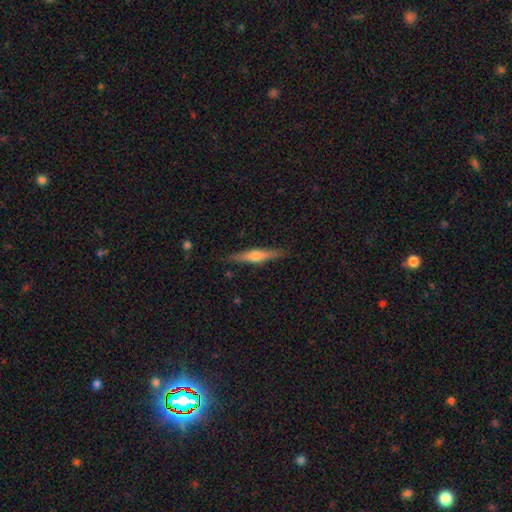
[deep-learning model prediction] smooth-or-featured: featured or disk: 62% | smooth: 32% | star or artifact: 6%
  disk-edge-on: yes: 96% | no: 4%
    edge-on-bulge: rounded: 89% | boxy: 6% | none: 5%
  merging: none: 88% | minor disturbance: 9% | major disturbance: 2% | merger: 1%